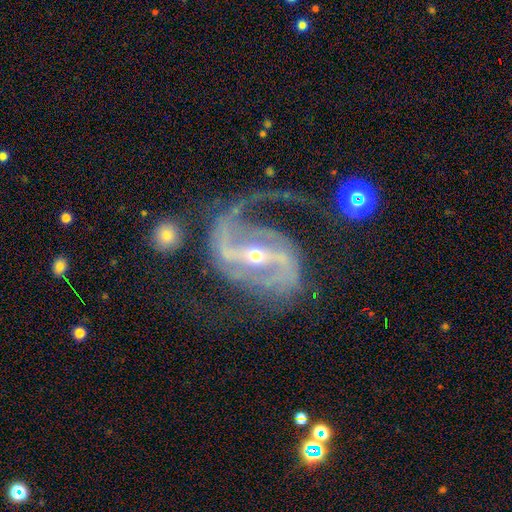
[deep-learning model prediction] Smooth or featured? Predicted: featured or disk (p=0.92). Edge-on disk? Predicted: no (p=0.97). Bar? Predicted: strong (p=0.73). Spiral arms? Predicted: yes (p=0.98). Spiral winding? Predicted: medium (p=0.52). Spiral arm count? Predicted: 2 (p=0.84). Bulge size? Predicted: small (p=0.61). Merging? Predicted: none (p=0.55).